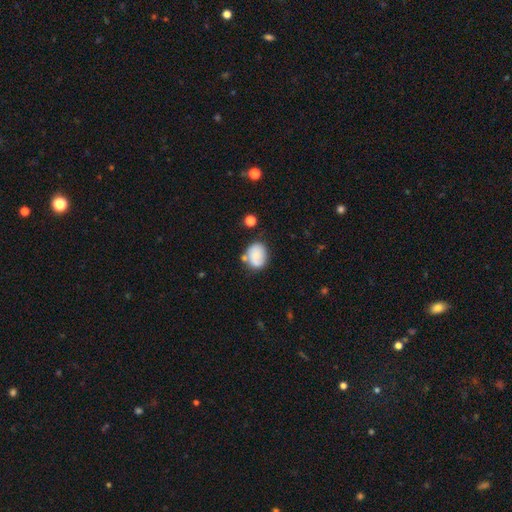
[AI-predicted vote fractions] Smooth or featured?
  - smooth: 70% *
  - featured or disk: 22%
  - star or artifact: 8%
How rounded?
  - in between: 51% *
  - round: 48%
  - cigar-shaped: 1%
Merging?
  - none: 58% *
  - minor disturbance: 23%
  - merger: 12%
  - major disturbance: 7%